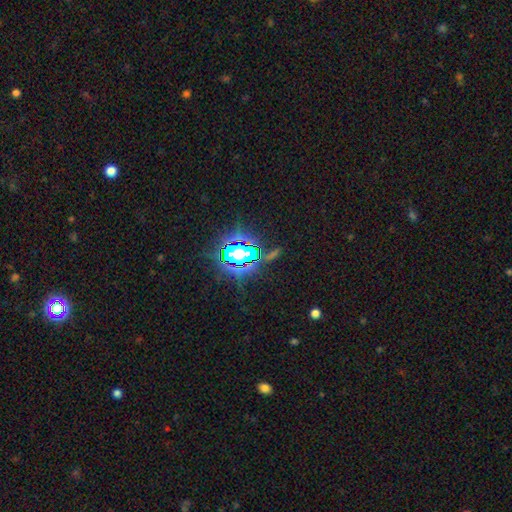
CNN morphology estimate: smooth-or-featured: star or artifact: 82% | smooth: 11% | featured or disk: 7%